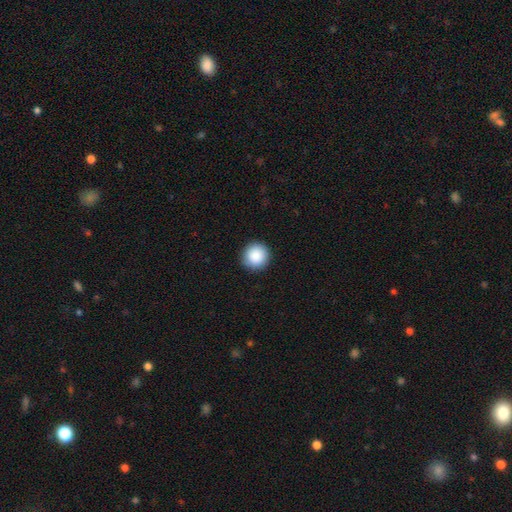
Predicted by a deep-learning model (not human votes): Q: Smooth or featured?
A: smooth (88%); runner-up: star or artifact (8%)
Q: How rounded?
A: round (95%); runner-up: in between (4%)
Q: Merging?
A: none (91%); runner-up: minor disturbance (7%)